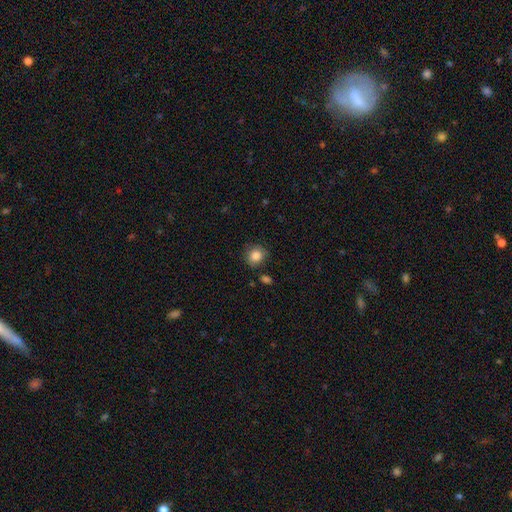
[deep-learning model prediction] smooth_or_featured: smooth (p=0.85) [alt: star or artifact p=0.09]
how_rounded: round (p=0.81) [alt: in between p=0.18]
merging: none (p=0.79) [alt: minor disturbance p=0.14]